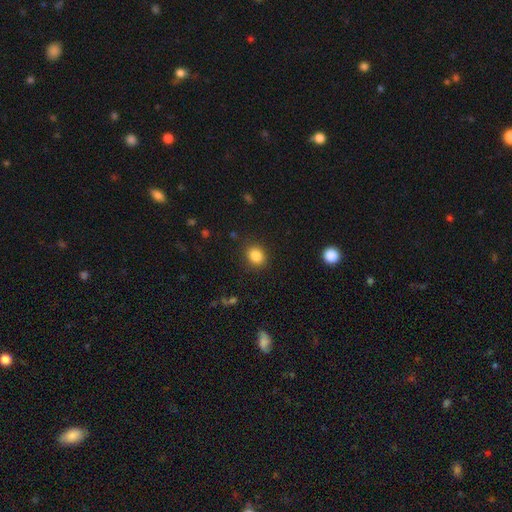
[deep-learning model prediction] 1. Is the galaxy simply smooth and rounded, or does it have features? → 85% smooth, 11% star or artifact, 5% featured or disk.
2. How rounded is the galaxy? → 63% round, 36% in between, 1% cigar-shaped.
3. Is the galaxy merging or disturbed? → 87% none, 9% minor disturbance, 3% major disturbance, 1% merger.